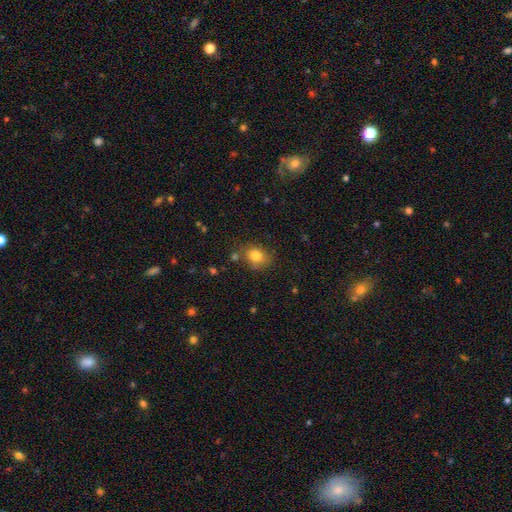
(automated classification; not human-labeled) Morphology: type=smooth (82%); roundness=round (50%); merging=none (73%).